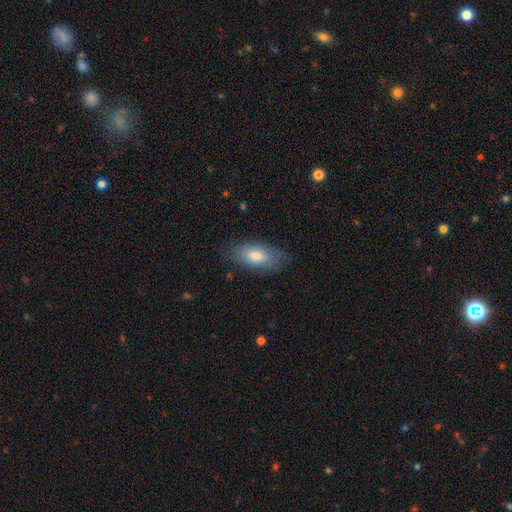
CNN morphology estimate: The model was most divided on "smooth or featured": smooth: 75%, featured or disk: 18%, star or artifact: 7%. More confident: how rounded — in between (87%); merging — none (80%).